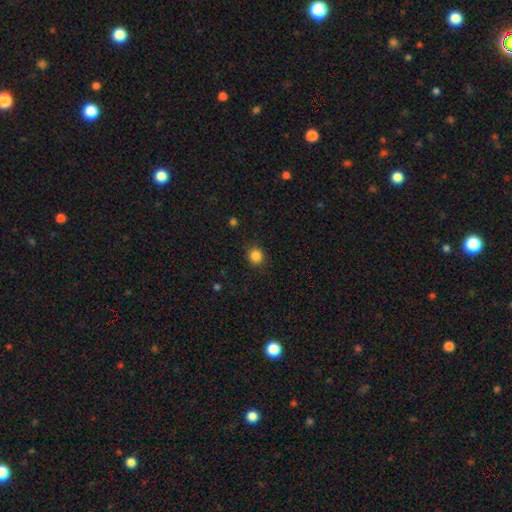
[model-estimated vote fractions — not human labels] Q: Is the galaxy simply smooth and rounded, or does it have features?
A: smooth — 85%.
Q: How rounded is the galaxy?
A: round — 82%.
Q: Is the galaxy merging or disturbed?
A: none — 87%.